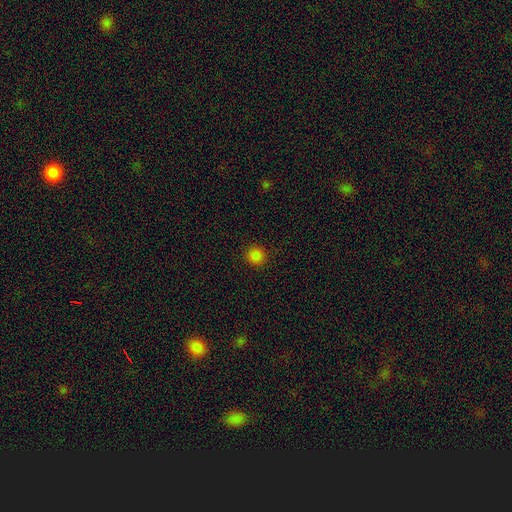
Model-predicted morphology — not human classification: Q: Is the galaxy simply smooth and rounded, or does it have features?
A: smooth — 84%.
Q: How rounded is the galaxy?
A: round — 94%.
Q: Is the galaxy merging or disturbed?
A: none — 92%.